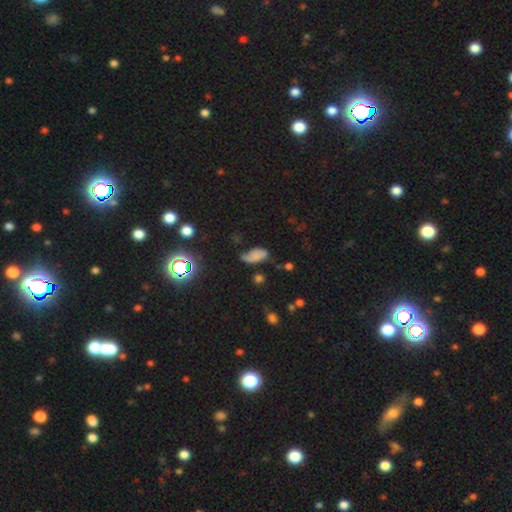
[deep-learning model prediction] Smooth or featured? smooth (62%)
How rounded? in between (90%)
Merging? none (41%)